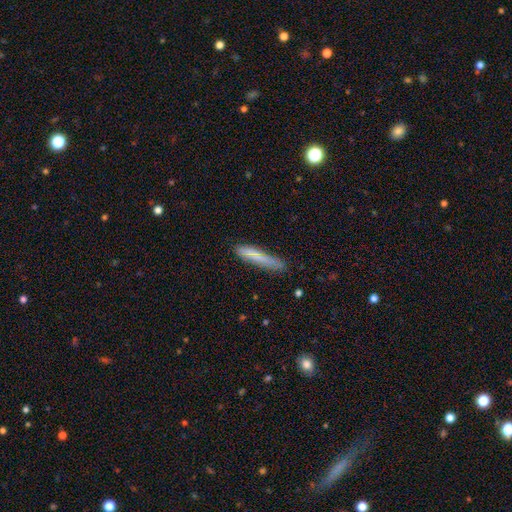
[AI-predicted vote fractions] Smooth or featured: smooth — 71% (featured or disk — 22%)
How rounded: cigar-shaped — 90% (in between — 9%)
Merging: none — 75% (minor disturbance — 19%)